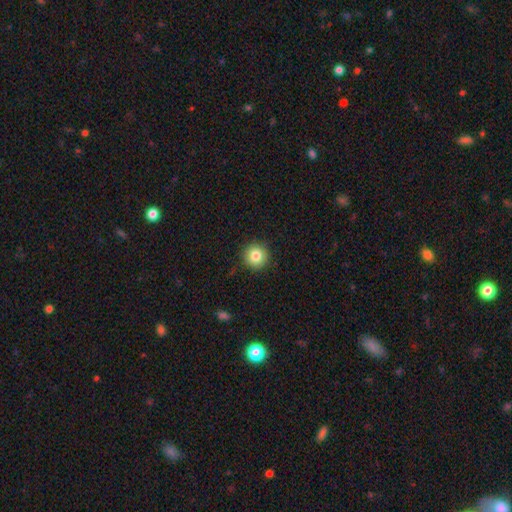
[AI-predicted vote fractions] Morphology: type=smooth (83%); roundness=round (95%); merging=none (91%).